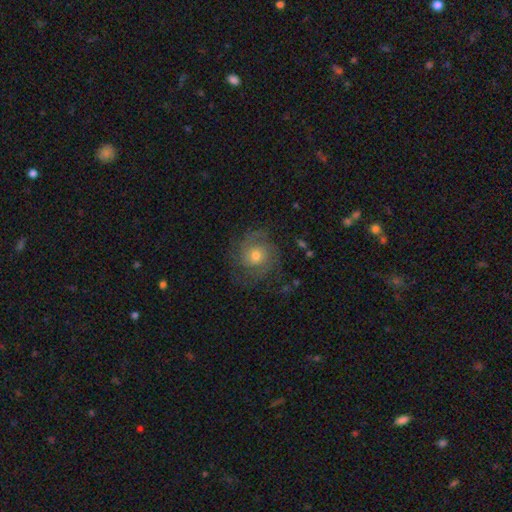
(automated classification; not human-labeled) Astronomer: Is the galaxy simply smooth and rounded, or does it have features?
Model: featured or disk — 70%.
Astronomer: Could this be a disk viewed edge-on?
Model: no — 98%.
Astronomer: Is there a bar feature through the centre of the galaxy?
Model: no — 80%.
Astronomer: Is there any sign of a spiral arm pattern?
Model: yes — 91%.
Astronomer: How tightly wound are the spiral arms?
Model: tight — 53% (runner-up: medium, 36%).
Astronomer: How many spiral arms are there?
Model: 2 — 30% (runner-up: can't tell, 28%).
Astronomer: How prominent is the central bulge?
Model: moderate — 61%.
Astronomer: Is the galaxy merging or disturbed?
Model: none — 74%.